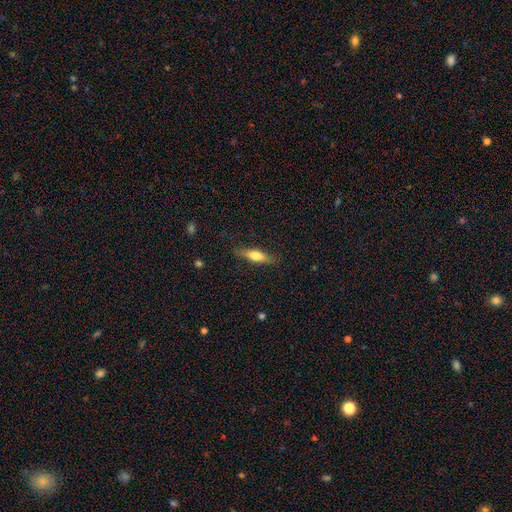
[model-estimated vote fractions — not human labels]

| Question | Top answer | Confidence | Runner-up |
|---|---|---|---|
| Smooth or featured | smooth | 57% | featured or disk (37%) |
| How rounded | cigar-shaped | 65% | in between (32%) |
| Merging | none | 83% | minor disturbance (13%) |